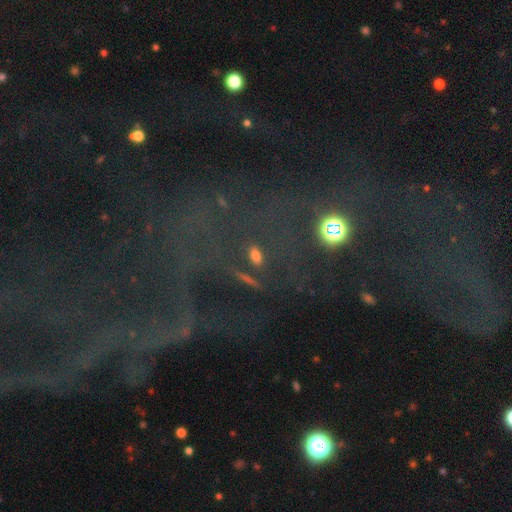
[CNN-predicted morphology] Smooth or featured: smooth — 44% (star or artifact — 36%)
Merging: none — 77% (minor disturbance — 11%)